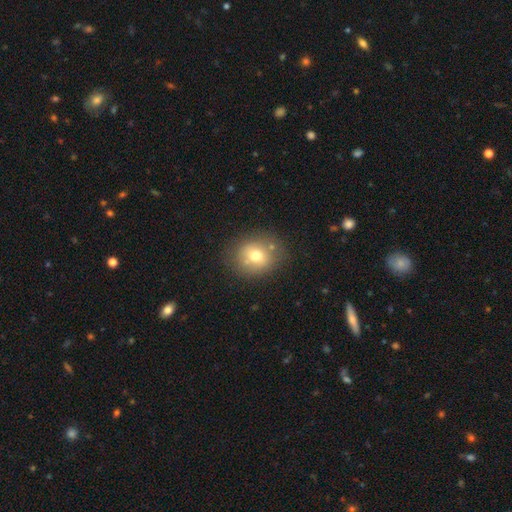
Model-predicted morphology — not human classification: The model was most divided on "how rounded": round: 74%, in between: 26%, cigar-shaped: 1%. More confident: merging — none (73%); smooth or featured — smooth (69%).